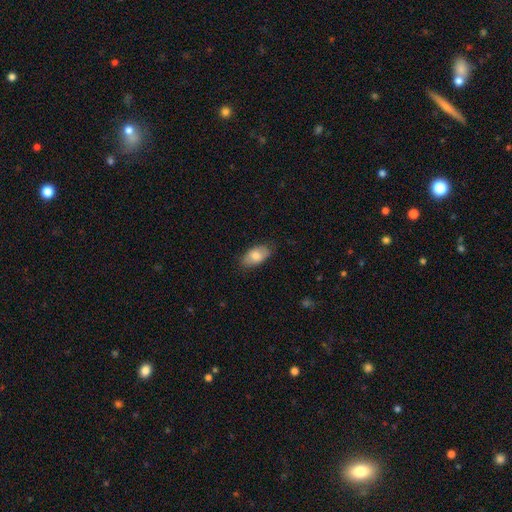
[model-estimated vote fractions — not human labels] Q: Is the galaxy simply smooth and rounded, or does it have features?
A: smooth — 77%.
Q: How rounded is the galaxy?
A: in between — 93%.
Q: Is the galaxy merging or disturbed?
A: none — 81%.